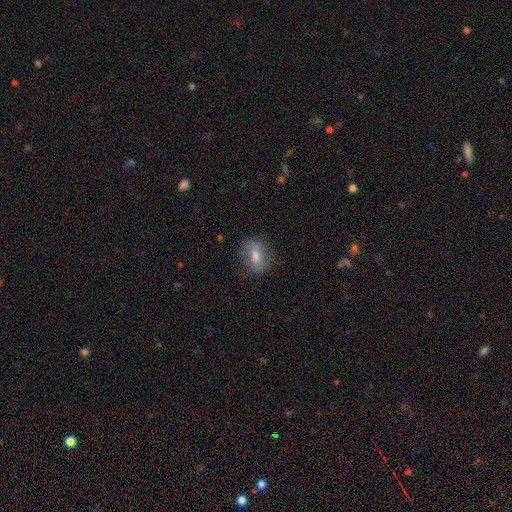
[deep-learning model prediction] smooth 58%, featured or disk 32%, star or artifact 10%. Down the decision tree: how rounded — in between (63%); merging — none (74%).